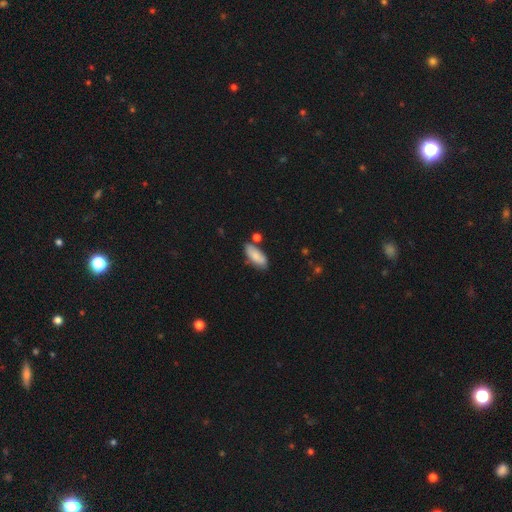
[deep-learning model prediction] Q: Smooth or featured?
A: smooth (84%); runner-up: featured or disk (10%)
Q: How rounded?
A: in between (81%); runner-up: cigar-shaped (17%)
Q: Merging?
A: none (70%); runner-up: minor disturbance (17%)